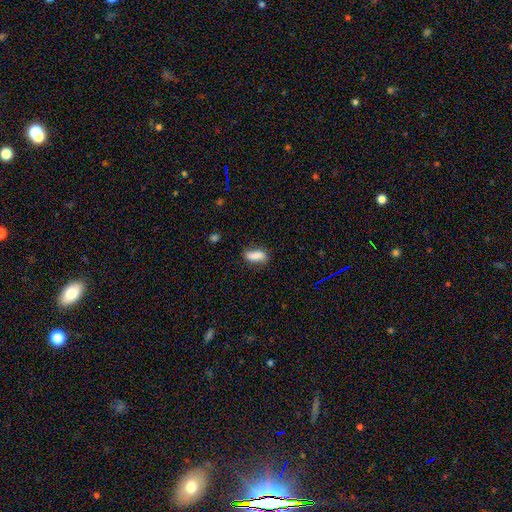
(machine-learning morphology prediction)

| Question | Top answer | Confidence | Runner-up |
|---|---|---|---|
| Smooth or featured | smooth | 83% | featured or disk (10%) |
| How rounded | in between | 74% | cigar-shaped (23%) |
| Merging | none | 73% | minor disturbance (20%) |